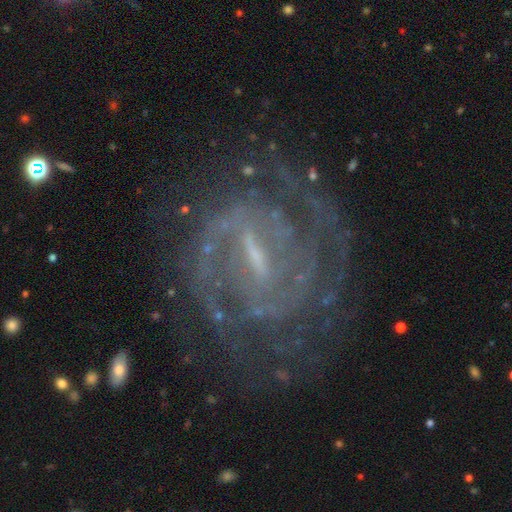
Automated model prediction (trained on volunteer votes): A featured or disk galaxy (87%) with a strong bar (50%), 2 (46%) tight (62%) spiral arms (95%) and a small central bulge (63%).

Vote fractions:
- Smooth or featured? featured or disk: 87% / star or artifact: 8% / smooth: 5%
- Edge-on disk? no: 97% / yes: 3%
- Bar? strong: 50% / weak: 40% / no: 10%
- Spiral arms? yes: 95% / no: 5%
- Spiral winding? tight: 62% / medium: 31% / loose: 7%
- Spiral arm count? 2: 46% / can't tell: 25% / 3: 11% / 4: 7% / more than 4: 6% / 1: 6%
- Bulge size? small: 63% / none: 19% / moderate: 15% / large: 2% / dominant: 1%
- Merging? none: 76% / minor disturbance: 14% / major disturbance: 9% / merger: 2%